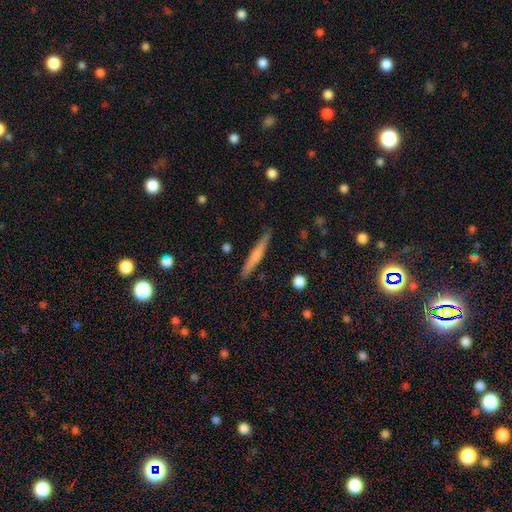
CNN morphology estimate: smooth_or_featured: smooth (p=0.55) [alt: featured or disk p=0.39]
how_rounded: cigar-shaped (p=0.95) [alt: in between p=0.03]
merging: none (p=0.89) [alt: minor disturbance p=0.08]